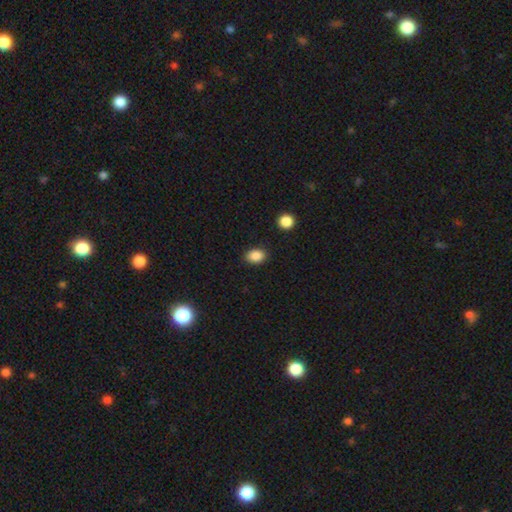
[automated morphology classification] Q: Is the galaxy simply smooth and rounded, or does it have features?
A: smooth — 87%.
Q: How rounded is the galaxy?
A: in between — 73%.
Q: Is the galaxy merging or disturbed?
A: none — 87%.